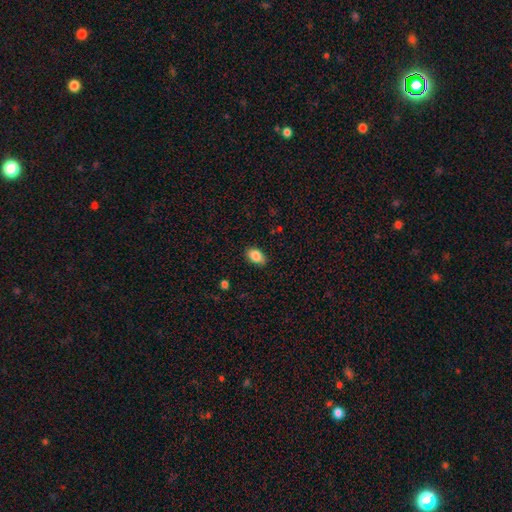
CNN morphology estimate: A smooth galaxy with no disk features (86%) that is in between round and cigar-shaped (89%).

Vote fractions:
- Smooth or featured? smooth: 86% / star or artifact: 7% / featured or disk: 6%
- How rounded? in between: 89% / round: 9% / cigar-shaped: 2%
- Merging? none: 83% / minor disturbance: 14% / major disturbance: 2% / merger: 1%